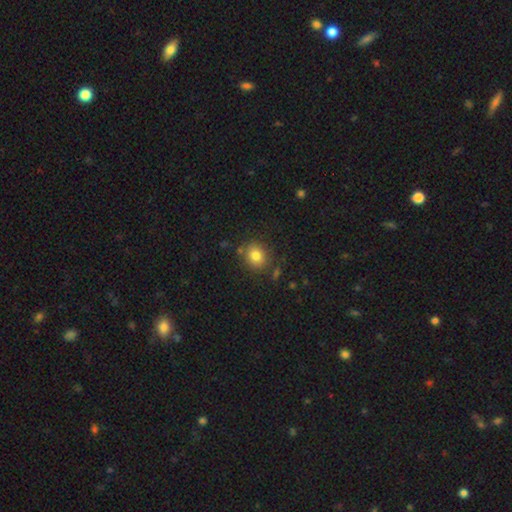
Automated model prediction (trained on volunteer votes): smooth-or-featured: smooth: 82% | star or artifact: 11% | featured or disk: 8%
  how-rounded: round: 73% | in between: 26% | cigar-shaped: 1%
  merging: none: 81% | minor disturbance: 11% | merger: 5% | major disturbance: 3%